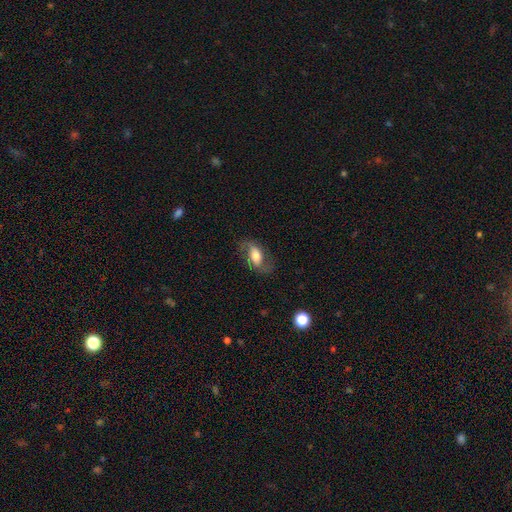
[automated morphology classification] Smooth or featured: featured or disk — 53% (smooth — 40%)
Edge-on disk: no — 91% (yes — 9%)
Merging: none — 69% (minor disturbance — 18%)